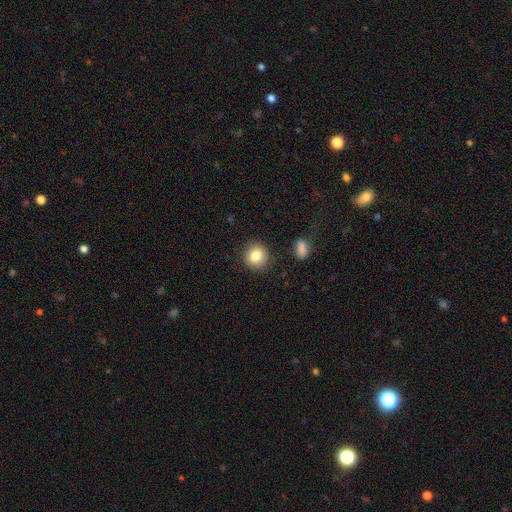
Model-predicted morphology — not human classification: Smooth or featured: smooth — 83% (star or artifact — 9%)
How rounded: round — 87% (in between — 13%)
Merging: none — 86% (minor disturbance — 9%)